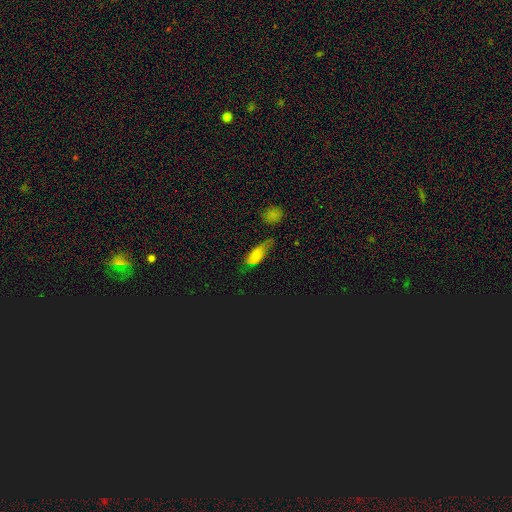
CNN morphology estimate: type=smooth (60%); roundness=in between (77%); merging=none (43%).